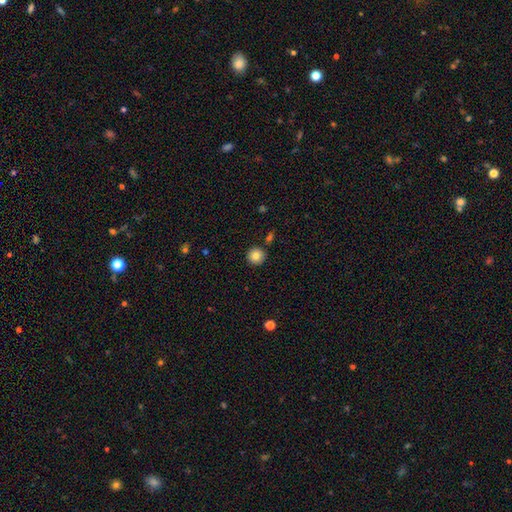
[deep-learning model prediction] Overall: smooth (82%). How rounded: round (95%). Merging: none (90%).